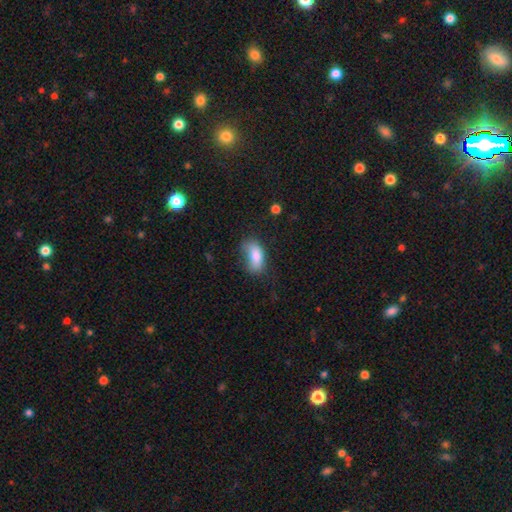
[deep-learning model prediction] Smooth or featured: smooth — 83% (featured or disk — 9%)
How rounded: in between — 90% (cigar-shaped — 6%)
Merging: none — 48% (minor disturbance — 33%)